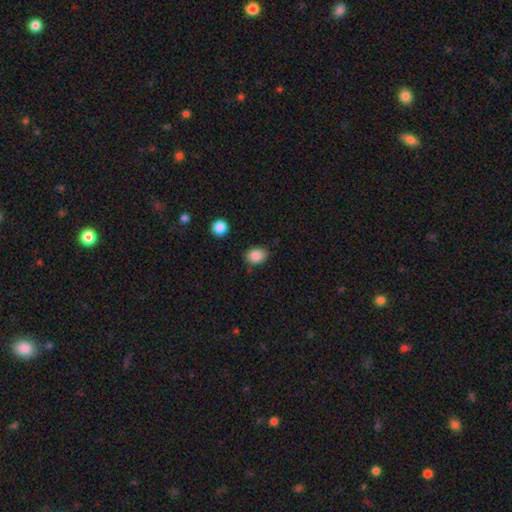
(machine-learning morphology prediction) smooth 86%, star or artifact 9%, featured or disk 5%. Down the decision tree: how rounded — in between (59%); merging — none (77%).